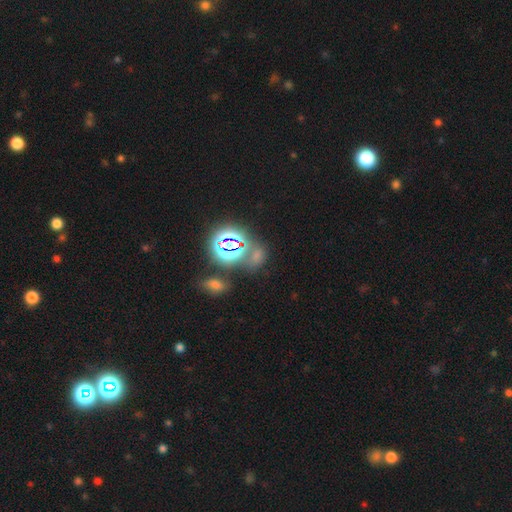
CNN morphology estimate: Overall: star or artifact (54%; smooth 36%).